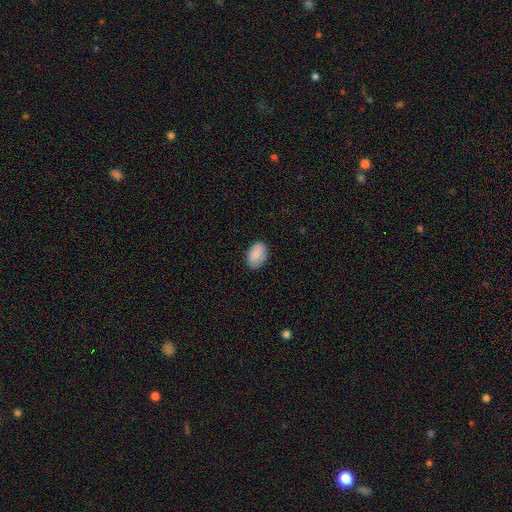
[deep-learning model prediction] smooth 83%, featured or disk 9%, star or artifact 7%. Down the decision tree: how rounded — in between (88%); merging — none (74%).